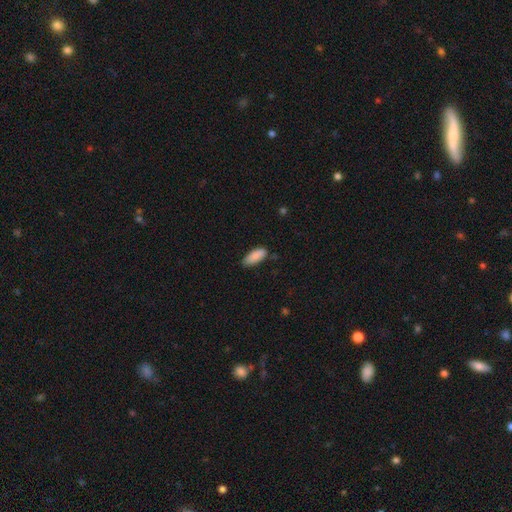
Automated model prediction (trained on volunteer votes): Smooth or featured?
  - smooth: 88% *
  - star or artifact: 6%
  - featured or disk: 5%
How rounded?
  - in between: 82% *
  - cigar-shaped: 16%
  - round: 2%
Merging?
  - none: 72% *
  - minor disturbance: 23%
  - major disturbance: 3%
  - merger: 2%